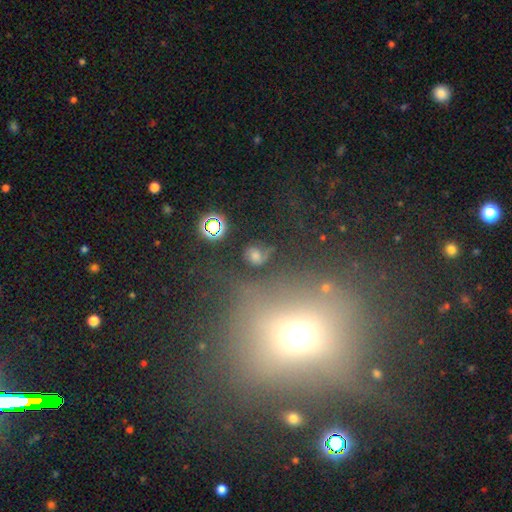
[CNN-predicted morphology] Smooth or featured? Predicted: smooth (p=0.50). How rounded? Predicted: round (p=0.69). Merging? Predicted: none (p=0.52).